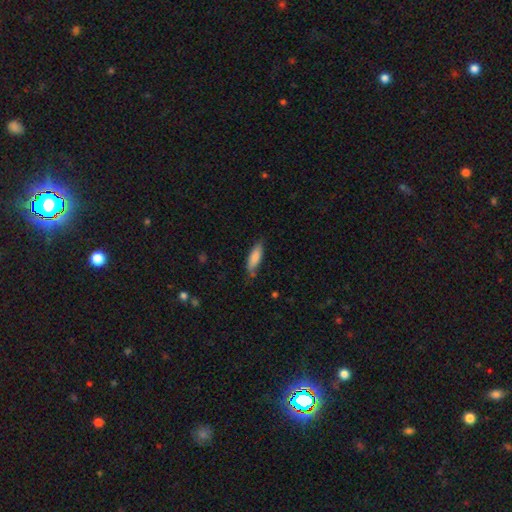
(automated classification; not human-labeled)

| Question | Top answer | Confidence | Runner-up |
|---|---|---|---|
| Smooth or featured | smooth | 84% | featured or disk (10%) |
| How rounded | in between | 52% | cigar-shaped (47%) |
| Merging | none | 72% | minor disturbance (21%) |